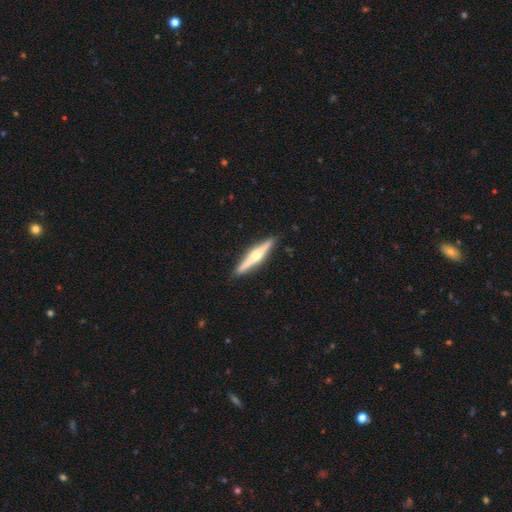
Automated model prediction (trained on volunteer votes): This is likely a featured or disk galaxy (71%). It is clearly viewed edge-on (98%). Edge-on bulge: clearly rounded (93%). Merging: clearly none (91%).